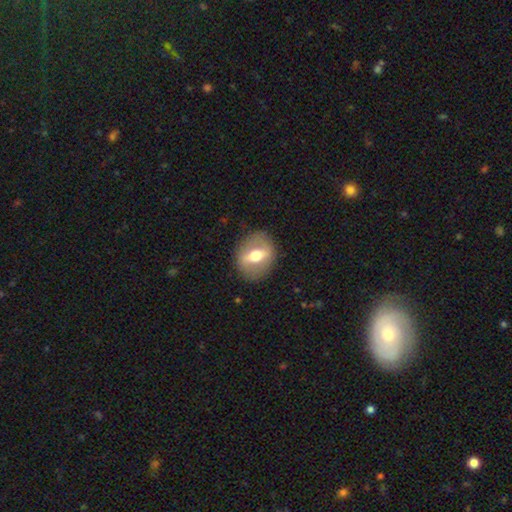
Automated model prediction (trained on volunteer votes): A featured or disk galaxy (54%). Merging: none (85%).